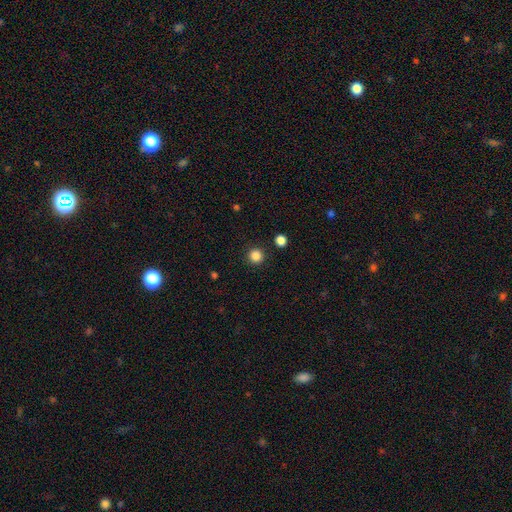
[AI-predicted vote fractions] Smooth or featured: smooth — 86% (star or artifact — 11%)
How rounded: round — 95% (in between — 4%)
Merging: none — 92% (minor disturbance — 5%)